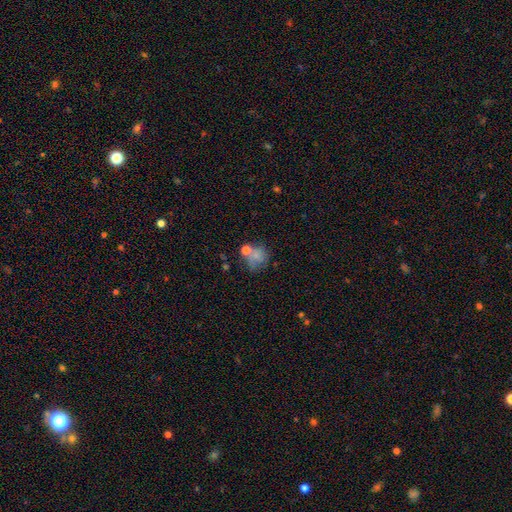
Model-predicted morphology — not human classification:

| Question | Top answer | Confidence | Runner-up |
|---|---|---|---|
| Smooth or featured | smooth | 69% | featured or disk (17%) |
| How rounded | round | 75% | in between (24%) |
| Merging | none | 44% | minor disturbance (20%) |